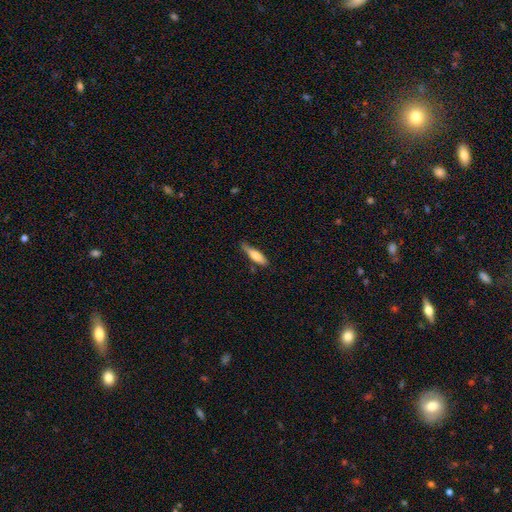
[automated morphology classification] smooth_or_featured: smooth (p=0.69) [alt: featured or disk p=0.25]
how_rounded: cigar-shaped (p=0.69) [alt: in between p=0.29]
merging: none (p=0.63) [alt: minor disturbance p=0.28]